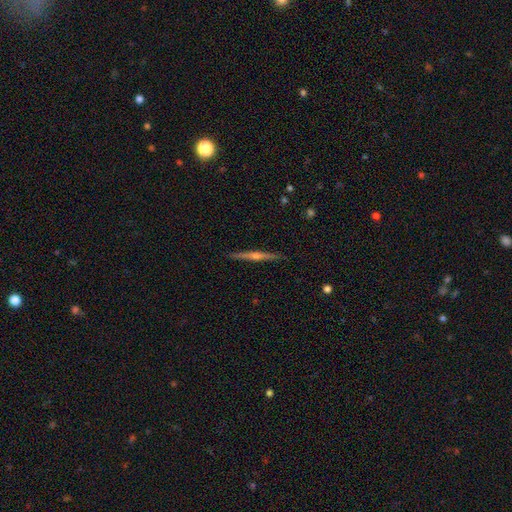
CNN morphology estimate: smooth_or_featured: featured or disk (p=0.79) [alt: smooth p=0.15]
disk_edge_on: yes (p=0.98) [alt: no p=0.02]
edge_on_bulge: rounded (p=0.84) [alt: none p=0.11]
merging: none (p=0.92) [alt: minor disturbance p=0.06]